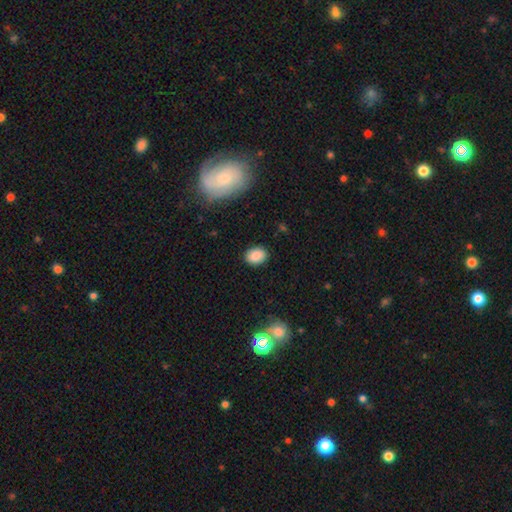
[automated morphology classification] Smooth or featured? smooth (86%)
How rounded? in between (65%)
Merging? none (88%)